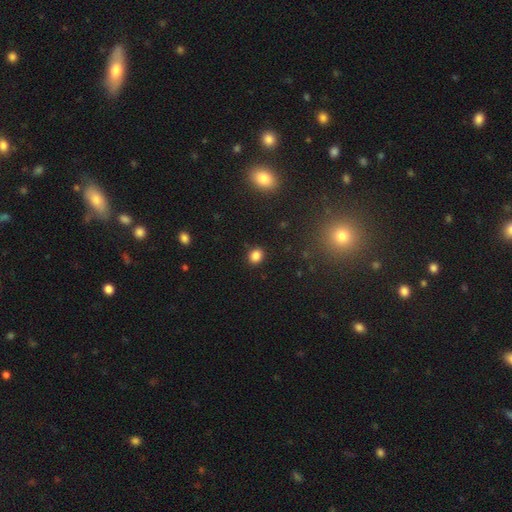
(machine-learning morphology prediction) Smooth or featured? smooth (83%)
How rounded? round (61%)
Merging? none (88%)